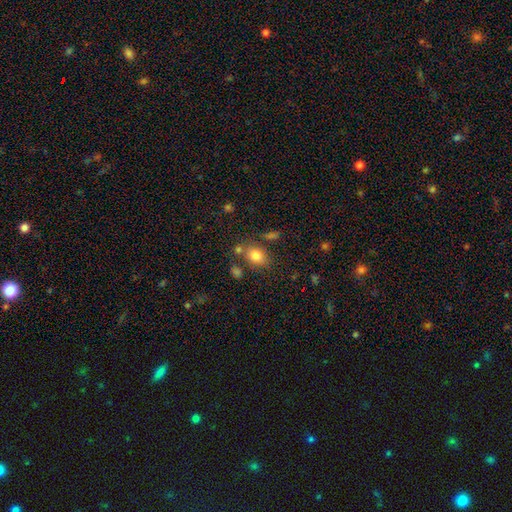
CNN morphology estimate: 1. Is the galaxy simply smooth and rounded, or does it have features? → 81% smooth, 11% star or artifact, 8% featured or disk.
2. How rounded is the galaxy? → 61% in between, 38% round, 1% cigar-shaped.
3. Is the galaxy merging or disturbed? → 69% none, 14% minor disturbance, 12% merger, 5% major disturbance.